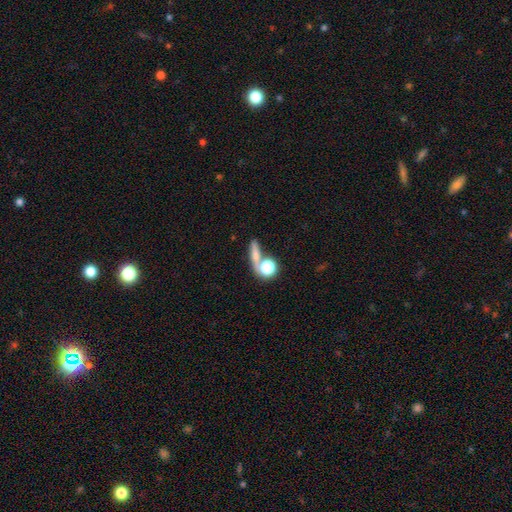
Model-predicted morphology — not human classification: type=smooth (65%); roundness=cigar-shaped (36%); merging=none (49%).